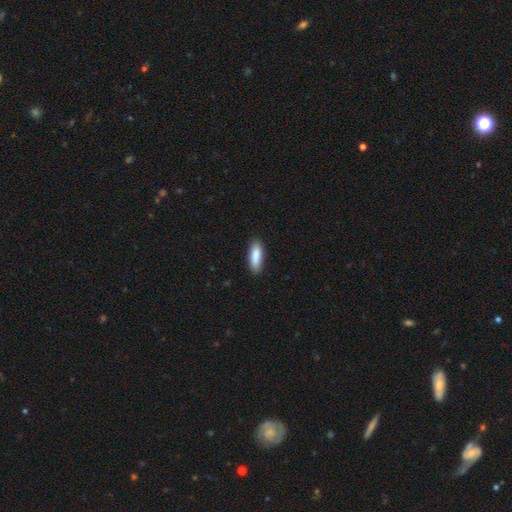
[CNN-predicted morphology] Smooth or featured? Predicted: smooth (p=0.88). How rounded? Predicted: in between (p=0.58). Merging? Predicted: none (p=0.86).